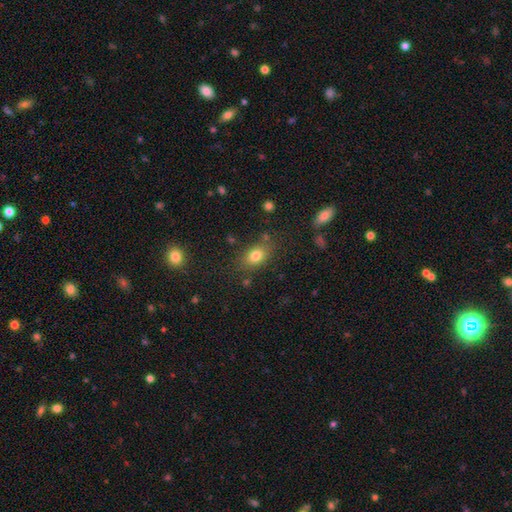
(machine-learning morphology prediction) Smooth or featured: smooth — 78% (star or artifact — 11%)
How rounded: in between — 77% (round — 21%)
Merging: none — 75% (minor disturbance — 15%)